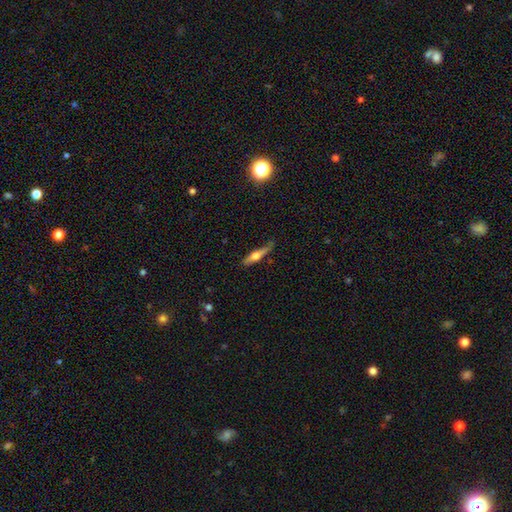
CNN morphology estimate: A featured or disk galaxy (50%) viewed edge-on (93%).

Vote fractions:
- Smooth or featured? featured or disk: 50% / smooth: 44% / star or artifact: 6%
- Edge-on disk? yes: 93% / no: 7%
- Merging? none: 67% / minor disturbance: 24% / major disturbance: 6% / merger: 3%